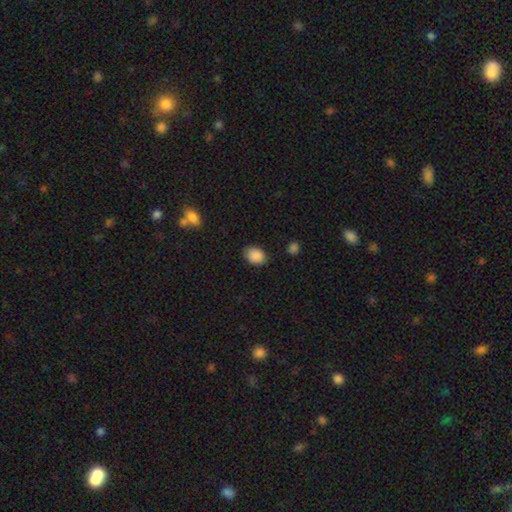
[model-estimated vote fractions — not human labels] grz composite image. It shows a smooth galaxy with no disk features (89%) that is in between round and cigar-shaped (69%). Merging: none (82%).